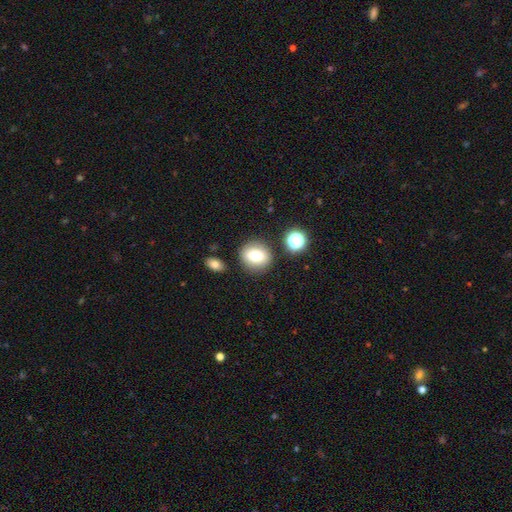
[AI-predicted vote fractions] A smooth galaxy with no disk features (76%) that is round (71%). Merging: none (82%).